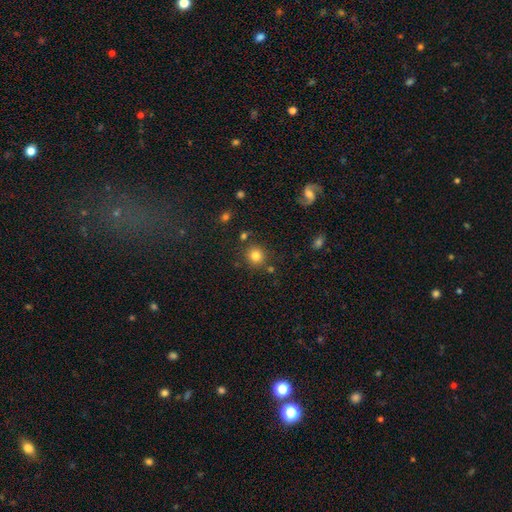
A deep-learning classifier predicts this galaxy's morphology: A smooth galaxy with no disk features (82%) that is round (89%).

Vote fractions:
- Smooth or featured? smooth: 82% / star or artifact: 12% / featured or disk: 6%
- How rounded? round: 89% / in between: 10% / cigar-shaped: 1%
- Merging? none: 82% / minor disturbance: 8% / merger: 6% / major disturbance: 3%